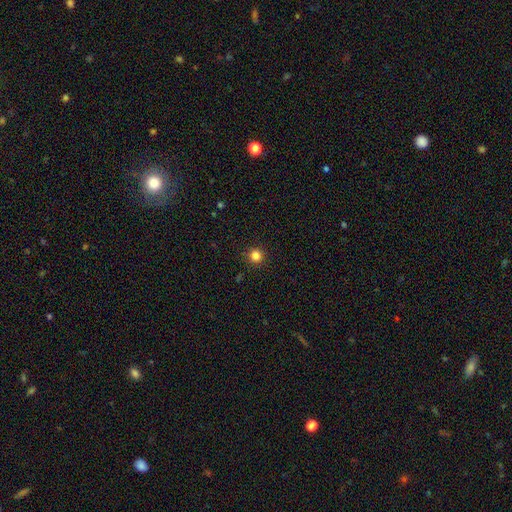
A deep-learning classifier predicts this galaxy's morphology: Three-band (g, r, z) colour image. It shows a smooth galaxy with no disk features (83%) that is round (95%). Merging: none (92%).